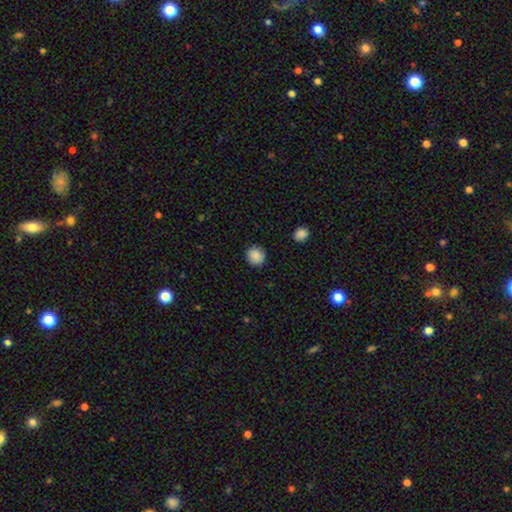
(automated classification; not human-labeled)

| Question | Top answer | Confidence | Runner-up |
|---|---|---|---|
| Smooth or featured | smooth | 88% | star or artifact (8%) |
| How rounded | round | 89% | in between (10%) |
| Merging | none | 89% | minor disturbance (8%) |